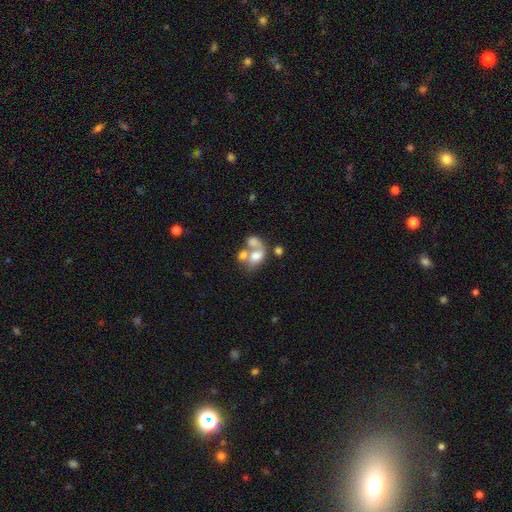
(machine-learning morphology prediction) Smooth or featured? Predicted: smooth (p=0.61). How rounded? Predicted: in between (p=0.70). Merging? Predicted: merger (p=0.64).